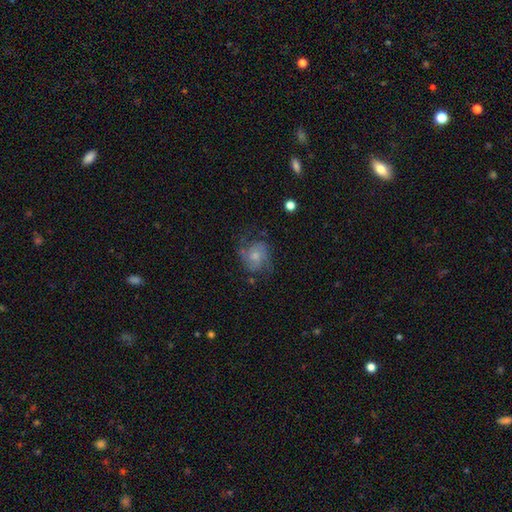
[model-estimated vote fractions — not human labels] This appears to be a featured or disk galaxy (63%) with no bar (77%), 2 (56%) medium (45%) spiral arms (86%) and a small central bulge (45%). Merging: none (56%).